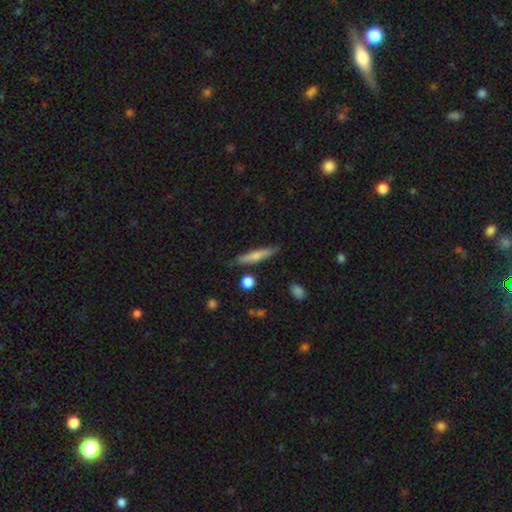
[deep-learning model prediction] The model was most divided on "smooth or featured": smooth: 65%, featured or disk: 28%, star or artifact: 6%. More confident: how rounded — cigar-shaped (88%); merging — none (81%).